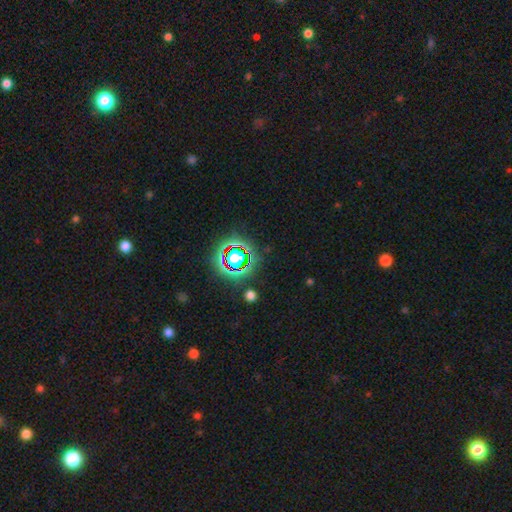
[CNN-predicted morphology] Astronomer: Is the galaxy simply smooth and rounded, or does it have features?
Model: star or artifact — 76%.